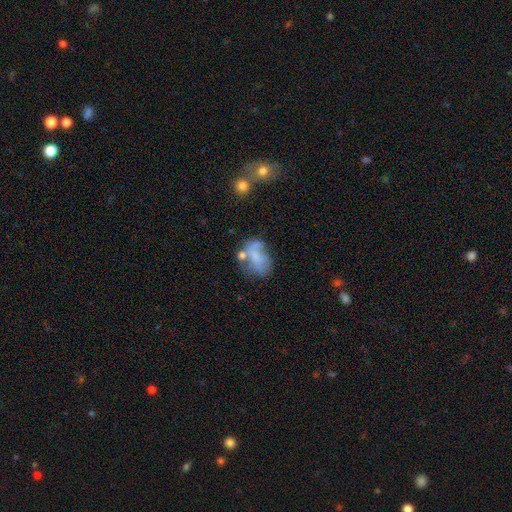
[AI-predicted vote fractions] This appears to be a smooth galaxy with no disk features (50%) that is in between round and cigar-shaped (83%). Merging: none (33%).